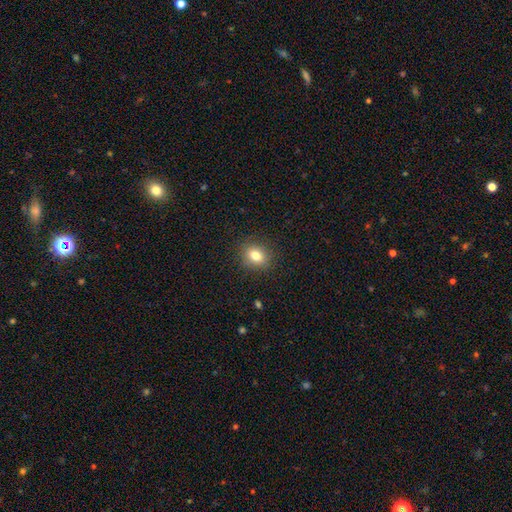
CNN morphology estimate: Smooth or featured?
  - smooth: 80% *
  - star or artifact: 11%
  - featured or disk: 9%
How rounded?
  - round: 51% *
  - in between: 48%
  - cigar-shaped: 1%
Merging?
  - none: 88% *
  - minor disturbance: 8%
  - major disturbance: 3%
  - merger: 1%